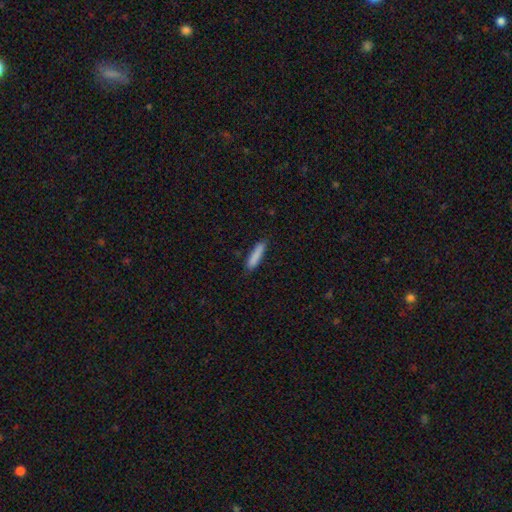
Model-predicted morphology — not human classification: Overall: smooth (86%). How rounded: cigar-shaped (84%). Merging: none (84%).